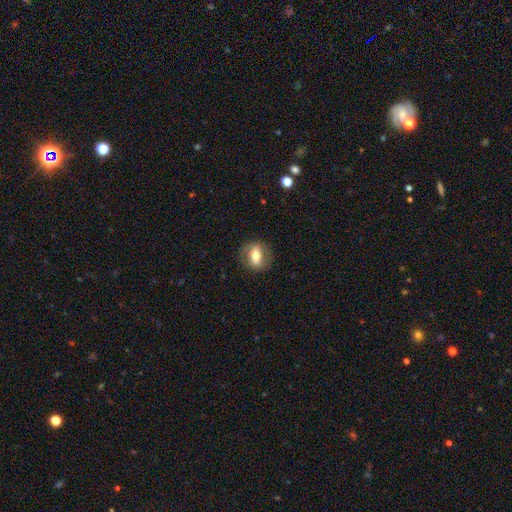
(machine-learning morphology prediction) This is possibly a smooth galaxy (49%). Merging: likely none (79%).